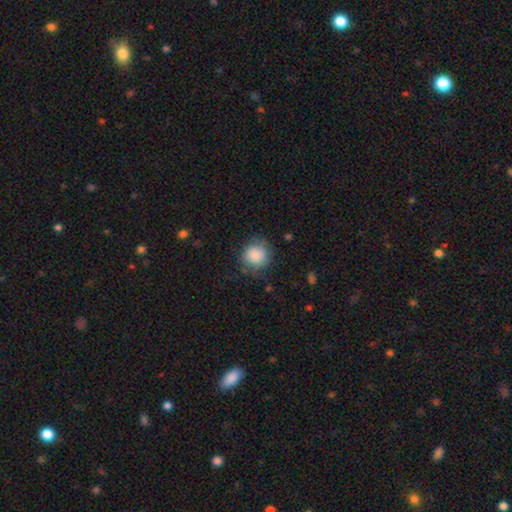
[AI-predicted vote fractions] This is clearly a smooth galaxy (86%). How rounded: clearly round (89%). Merging: likely none (72%).